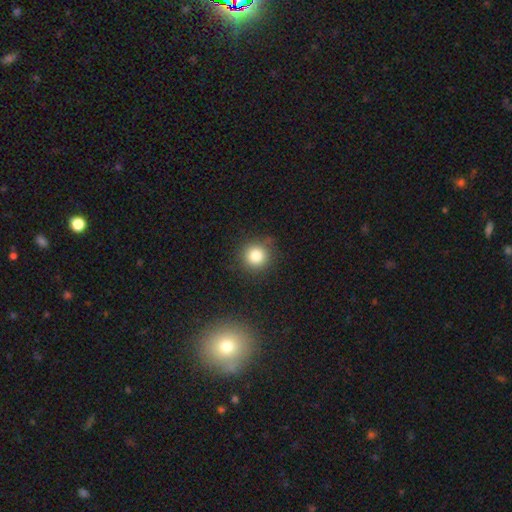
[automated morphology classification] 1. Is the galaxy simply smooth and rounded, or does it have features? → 82% smooth, 12% star or artifact, 6% featured or disk.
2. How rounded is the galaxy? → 93% round, 6% in between, 1% cigar-shaped.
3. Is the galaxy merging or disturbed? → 85% none, 10% minor disturbance, 3% major disturbance, 2% merger.